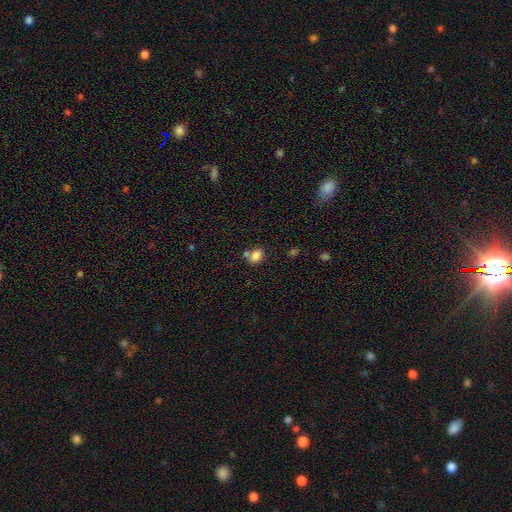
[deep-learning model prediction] Q: Smooth or featured?
A: smooth (83%); runner-up: star or artifact (10%)
Q: How rounded?
A: in between (66%); runner-up: round (33%)
Q: Merging?
A: none (56%); runner-up: merger (27%)